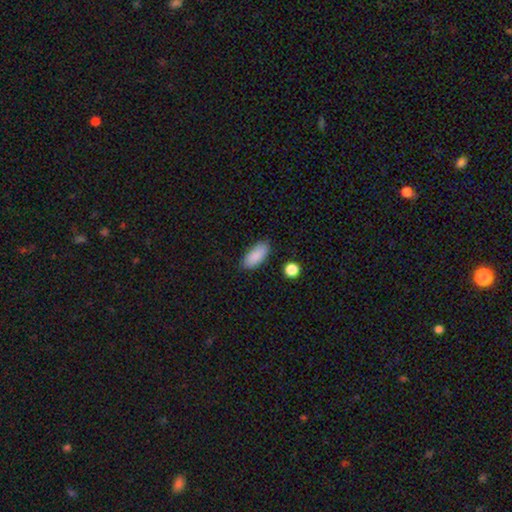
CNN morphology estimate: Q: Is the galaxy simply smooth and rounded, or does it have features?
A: smooth — 88%.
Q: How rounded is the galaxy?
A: in between — 89%.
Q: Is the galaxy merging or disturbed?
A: none — 83%.